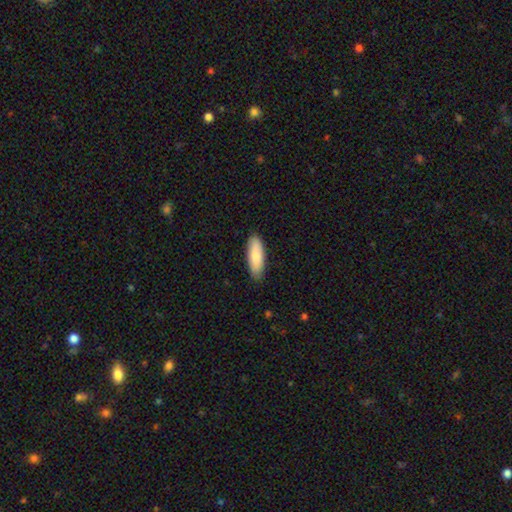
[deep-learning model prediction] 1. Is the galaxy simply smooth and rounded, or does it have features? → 83% smooth, 12% featured or disk, 5% star or artifact.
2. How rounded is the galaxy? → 58% in between, 40% cigar-shaped, 2% round.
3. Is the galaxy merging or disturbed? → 87% none, 10% minor disturbance, 2% major disturbance, 1% merger.